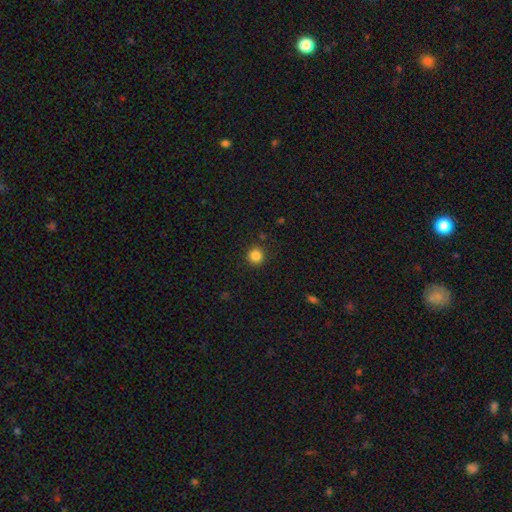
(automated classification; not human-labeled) Smooth or featured?
  - smooth: 84% *
  - star or artifact: 11%
  - featured or disk: 4%
How rounded?
  - round: 94% *
  - in between: 5%
  - cigar-shaped: 1%
Merging?
  - none: 90% *
  - minor disturbance: 6%
  - major disturbance: 2%
  - merger: 1%